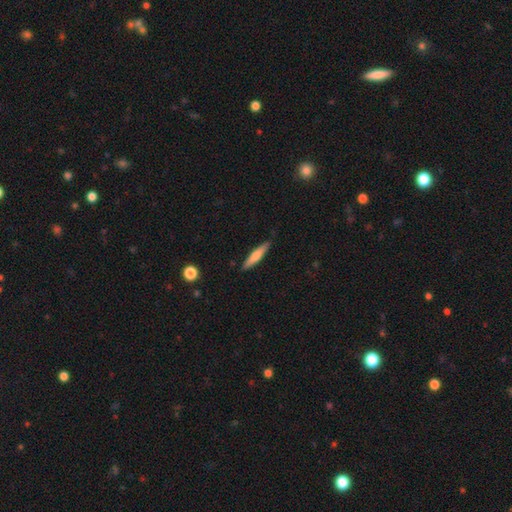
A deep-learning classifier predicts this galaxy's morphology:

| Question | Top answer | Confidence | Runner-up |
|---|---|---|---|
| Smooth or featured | smooth | 62% | featured or disk (32%) |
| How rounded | cigar-shaped | 87% | in between (12%) |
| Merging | none | 86% | minor disturbance (10%) |